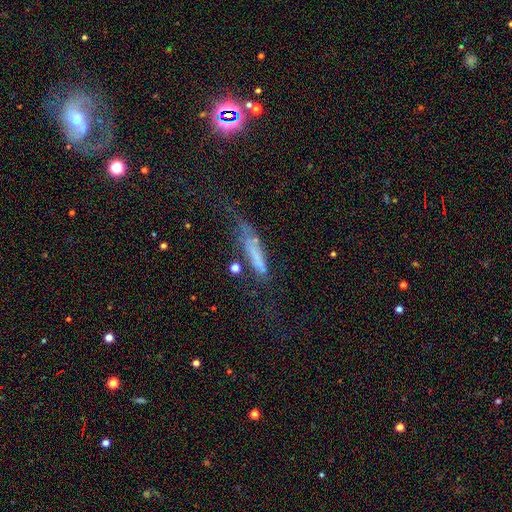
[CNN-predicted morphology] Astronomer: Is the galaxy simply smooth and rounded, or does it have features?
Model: smooth — 49% (runner-up: featured or disk, 37%).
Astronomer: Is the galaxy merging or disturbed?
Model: major disturbance — 39% (runner-up: none, 28%).